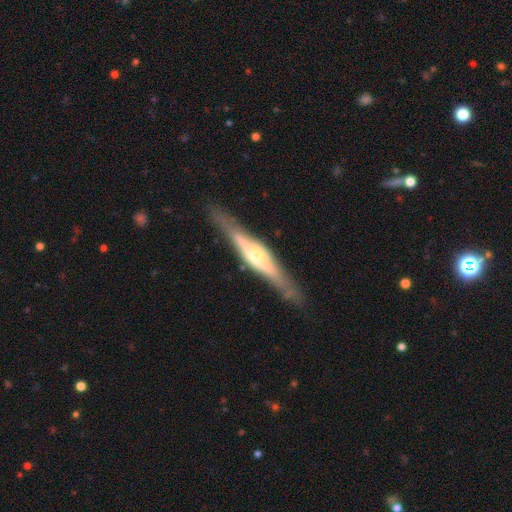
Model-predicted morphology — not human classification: This appears to be a featured or disk galaxy (78%) viewed edge-on (94%) with a rounded central bulge (78%). Merging: none (85%).